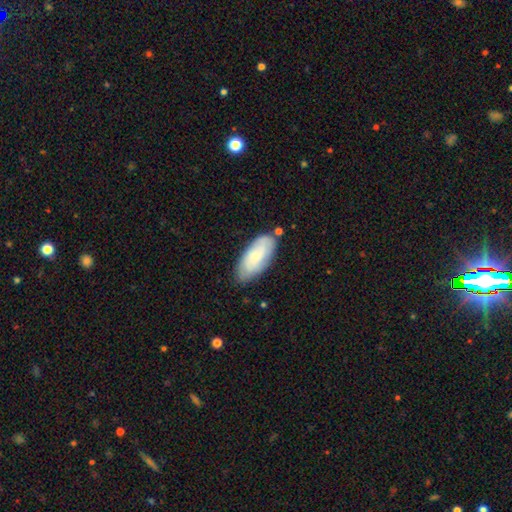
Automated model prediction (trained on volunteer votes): Q: Smooth or featured?
A: smooth (62%); runner-up: featured or disk (31%)
Q: How rounded?
A: in between (87%); runner-up: cigar-shaped (11%)
Q: Merging?
A: none (75%); runner-up: minor disturbance (19%)